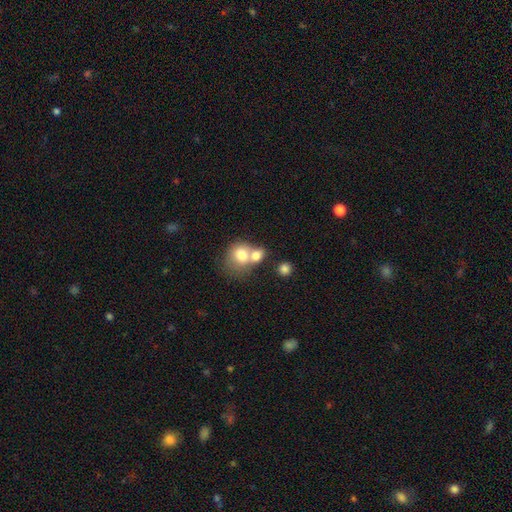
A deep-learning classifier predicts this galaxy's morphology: Overall: smooth (73%). How rounded: round (66%; in between 33%). Merging: merger (64%; none 26%).